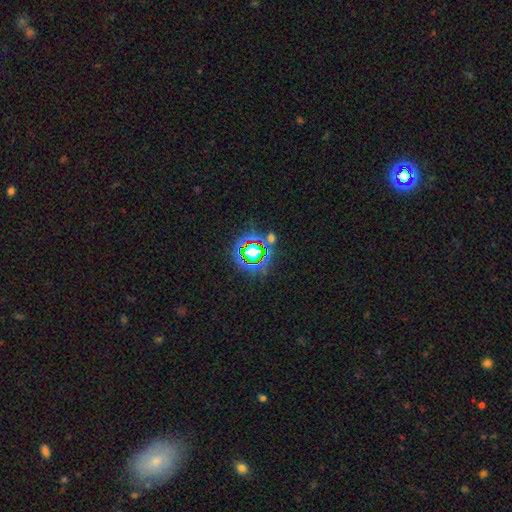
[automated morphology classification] smooth-or-featured: star or artifact: 66% | smooth: 22% | featured or disk: 11%